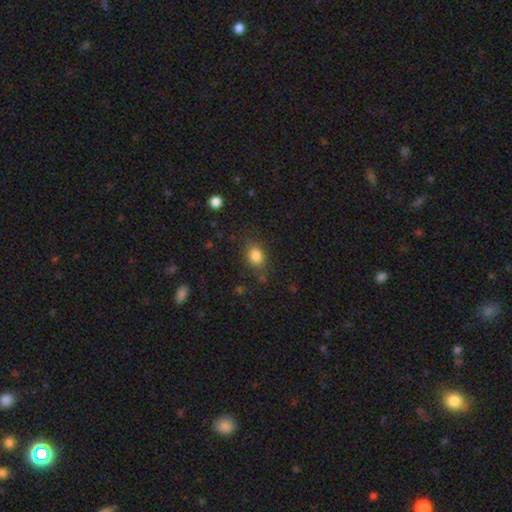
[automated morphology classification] Smooth or featured: smooth — 84% (star or artifact — 10%)
How rounded: in between — 66% (round — 33%)
Merging: none — 78% (minor disturbance — 14%)